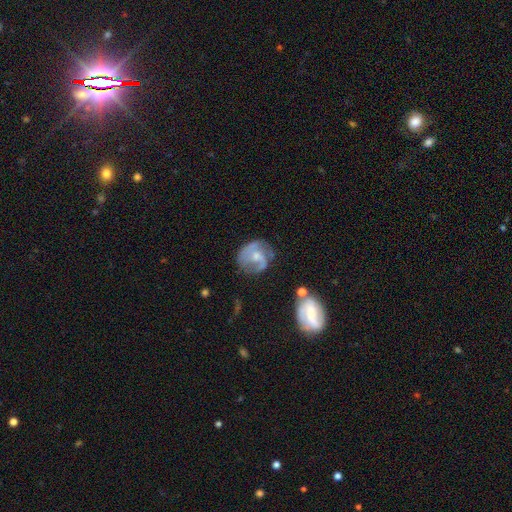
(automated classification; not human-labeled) Q: Smooth or featured?
A: featured or disk (63%); runner-up: smooth (29%)
Q: Edge-on disk?
A: no (97%); runner-up: yes (3%)
Q: Bar?
A: no (58%); runner-up: weak (35%)
Q: Spiral arms?
A: yes (80%); runner-up: no (20%)
Q: Bulge size?
A: moderate (44%); runner-up: small (43%)
Q: Merging?
A: none (52%); runner-up: minor disturbance (25%)